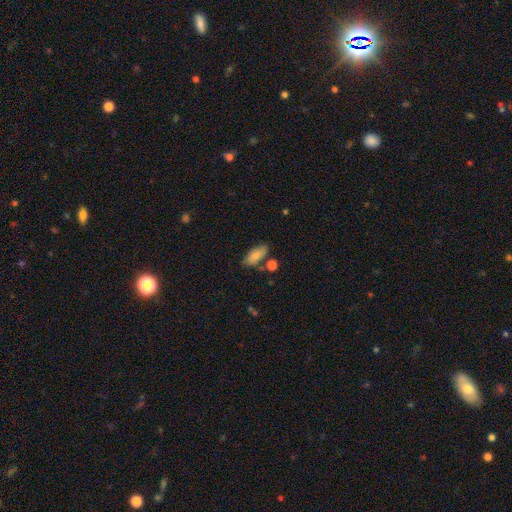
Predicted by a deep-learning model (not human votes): Smooth or featured: smooth — 78% (featured or disk — 15%)
How rounded: in between — 83% (cigar-shaped — 13%)
Merging: none — 70% (minor disturbance — 17%)